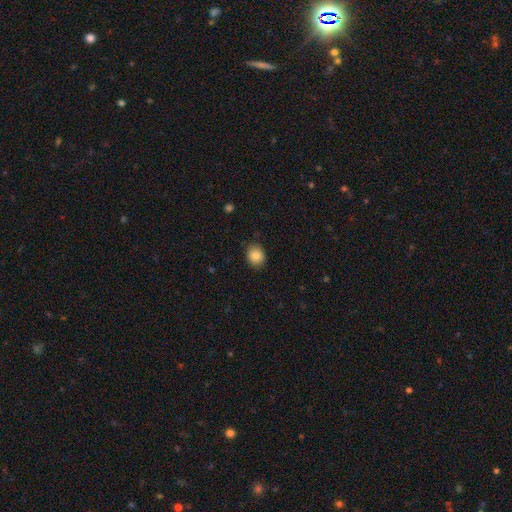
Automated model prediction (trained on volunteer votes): Smooth or featured: smooth — 85% (star or artifact — 9%)
How rounded: round — 59% (in between — 40%)
Merging: none — 83% (minor disturbance — 13%)